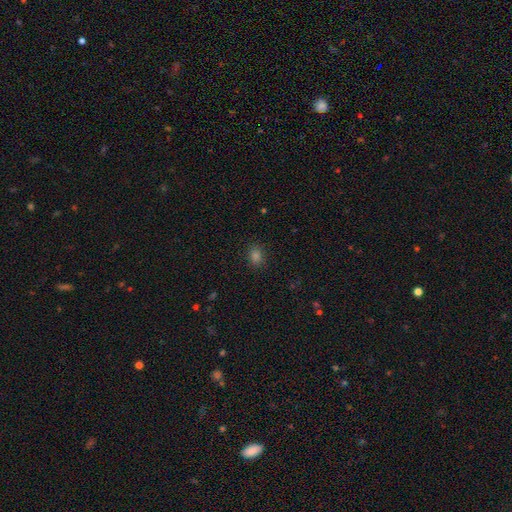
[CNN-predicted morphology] smooth-or-featured: smooth: 78% | star or artifact: 17% | featured or disk: 4%
  how-rounded: round: 53% | in between: 46% | cigar-shaped: 1%
  merging: none: 89% | minor disturbance: 8% | major disturbance: 2% | merger: 1%